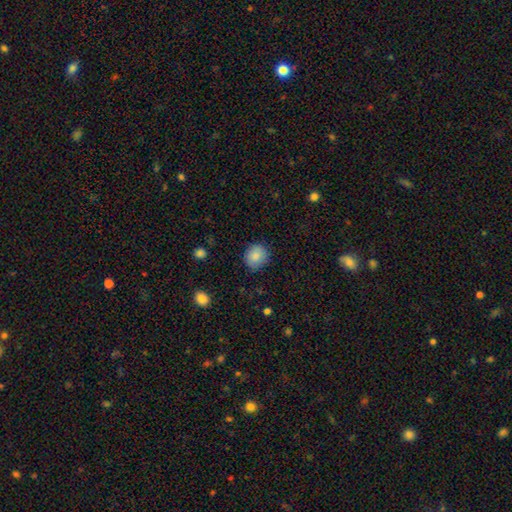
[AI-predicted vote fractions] Smooth or featured? Predicted: smooth (p=0.86). How rounded? Predicted: round (p=0.78). Merging? Predicted: none (p=0.86).